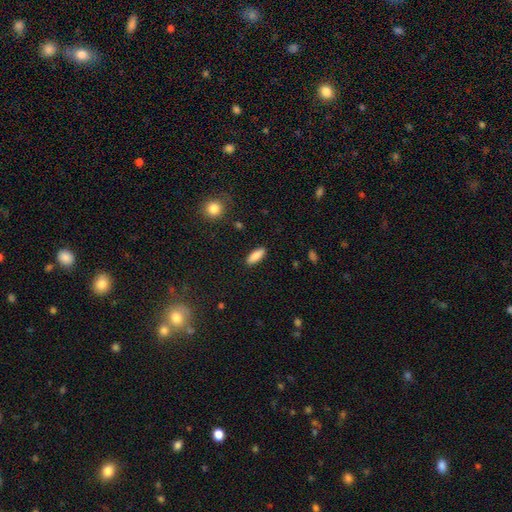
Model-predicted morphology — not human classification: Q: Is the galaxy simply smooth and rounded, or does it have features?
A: smooth — 86%.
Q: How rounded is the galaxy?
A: in between — 70%.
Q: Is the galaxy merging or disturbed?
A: none — 89%.